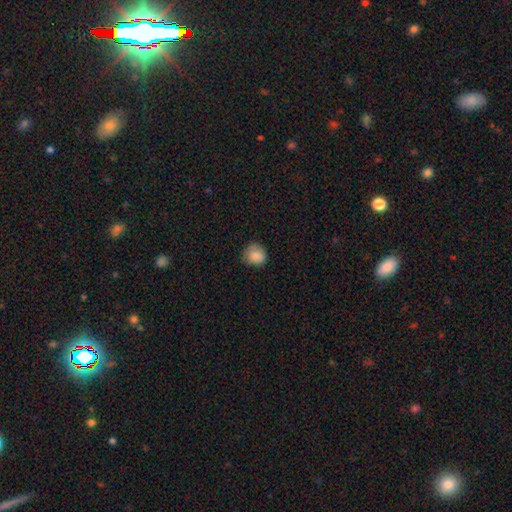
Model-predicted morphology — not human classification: A smooth galaxy with no disk features (86%) that is round (81%). Merging: none (71%).